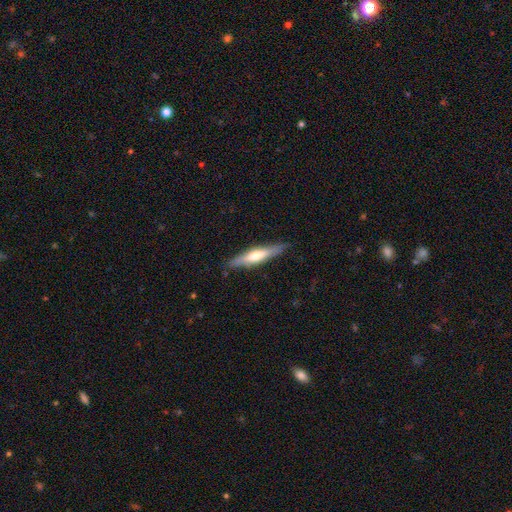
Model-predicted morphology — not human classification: Q: Smooth or featured?
A: featured or disk (52%); runner-up: smooth (43%)
Q: Edge-on disk?
A: yes (92%); runner-up: no (8%)
Q: Merging?
A: none (85%); runner-up: minor disturbance (11%)